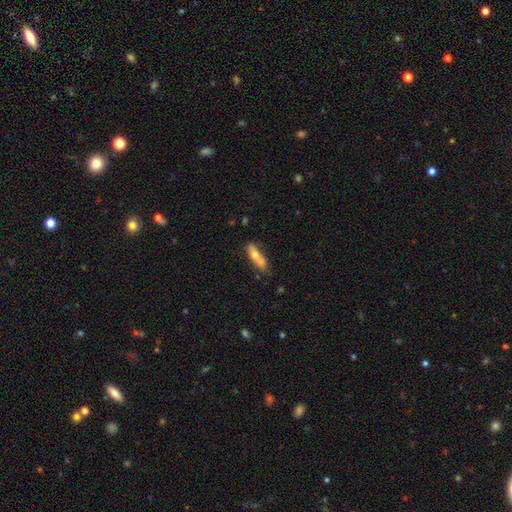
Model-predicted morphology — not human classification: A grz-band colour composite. It shows a smooth galaxy with no disk features (61%) that is cigar-shaped (53%). Merging: none (52%).